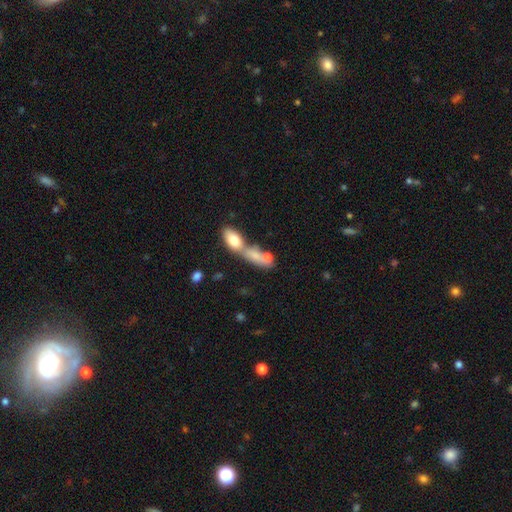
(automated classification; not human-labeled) Overall: smooth (71%). How rounded: in between (70%). Merging: merger (66%).